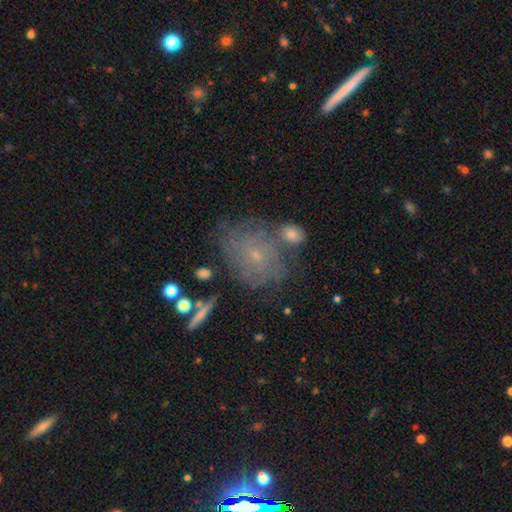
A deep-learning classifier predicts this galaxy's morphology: A featured or disk galaxy (58%) with no bar (82%), spiral arms (73%) and a small central bulge (84%). Merging: none (56%).